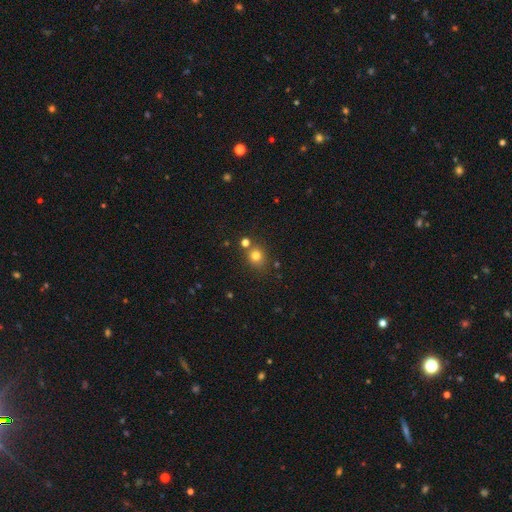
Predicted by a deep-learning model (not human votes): This is likely a smooth galaxy (77%). How rounded: clearly round (81%). Merging: likely none (73%).